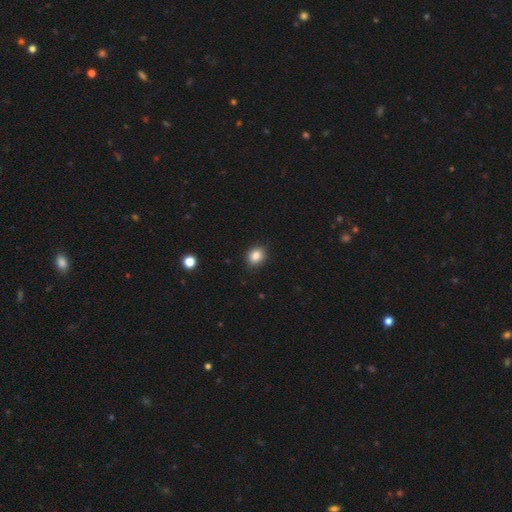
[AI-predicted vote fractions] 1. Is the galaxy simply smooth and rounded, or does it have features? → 86% smooth, 10% star or artifact, 5% featured or disk.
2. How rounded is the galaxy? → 55% round, 44% in between, 1% cigar-shaped.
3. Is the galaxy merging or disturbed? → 89% none, 8% minor disturbance, 2% major disturbance, 1% merger.